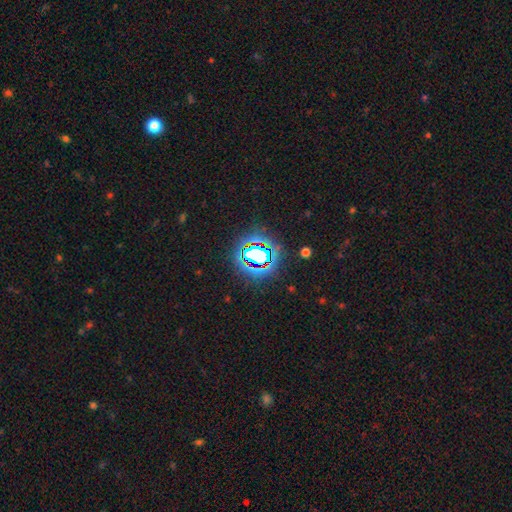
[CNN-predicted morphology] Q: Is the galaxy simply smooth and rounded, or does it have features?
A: star or artifact — 67%.